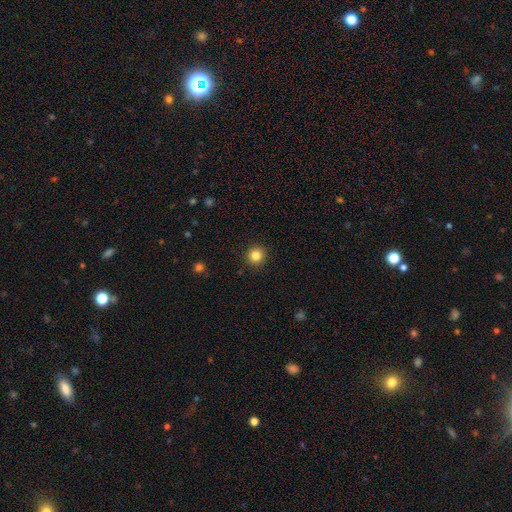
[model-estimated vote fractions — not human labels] This appears to be a smooth galaxy with no disk features (83%) that is round (95%). Merging: none (92%).